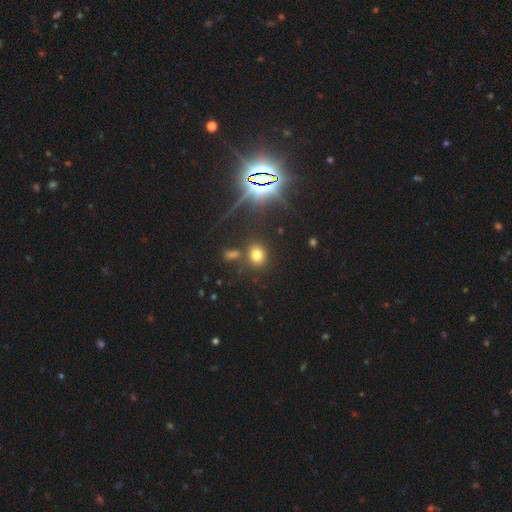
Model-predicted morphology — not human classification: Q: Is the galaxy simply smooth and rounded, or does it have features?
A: smooth — 56%.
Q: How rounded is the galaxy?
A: round — 56%.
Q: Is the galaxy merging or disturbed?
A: none — 79%.